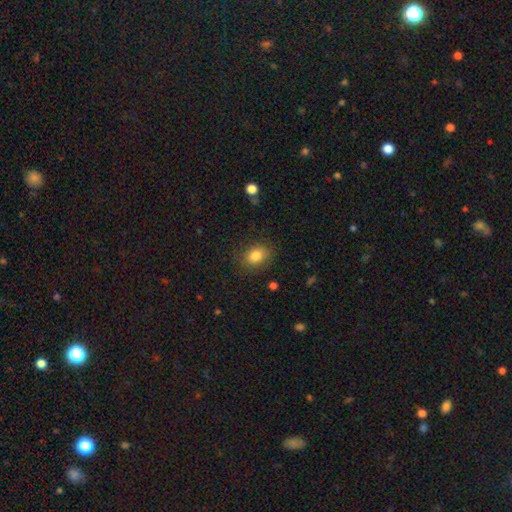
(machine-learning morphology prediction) Smooth or featured? smooth (84%)
How rounded? in between (65%)
Merging? none (82%)